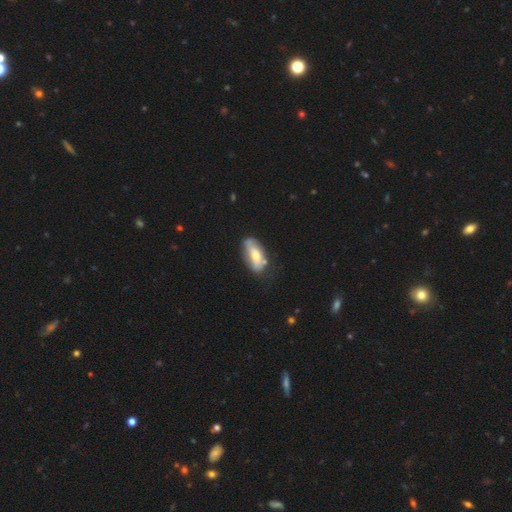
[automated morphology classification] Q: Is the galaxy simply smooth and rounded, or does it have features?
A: smooth — 56%.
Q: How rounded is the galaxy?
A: in between — 84%.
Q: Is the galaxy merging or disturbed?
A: none — 56%.